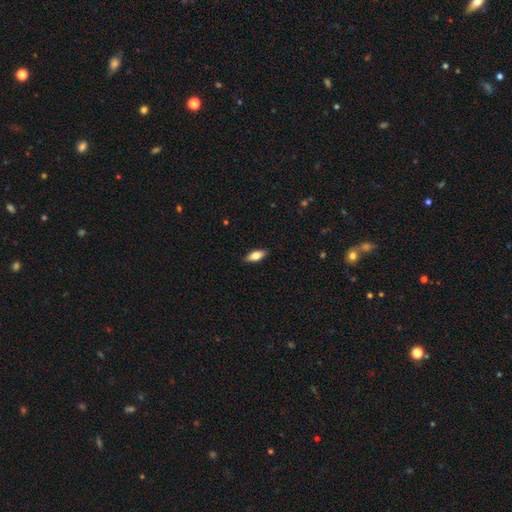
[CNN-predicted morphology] Q: Smooth or featured?
A: smooth (76%); runner-up: featured or disk (18%)
Q: How rounded?
A: in between (81%); runner-up: cigar-shaped (16%)
Q: Merging?
A: none (88%); runner-up: minor disturbance (9%)